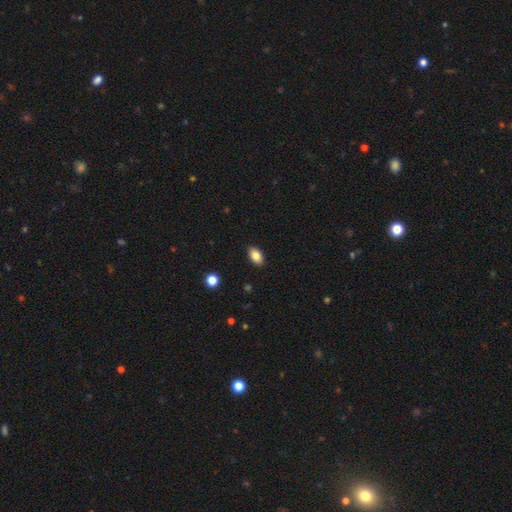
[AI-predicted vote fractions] smooth-or-featured: smooth: 84% | star or artifact: 8% | featured or disk: 8%
  how-rounded: in between: 91% | round: 7% | cigar-shaped: 2%
  merging: none: 90% | minor disturbance: 8% | major disturbance: 2% | merger: 1%